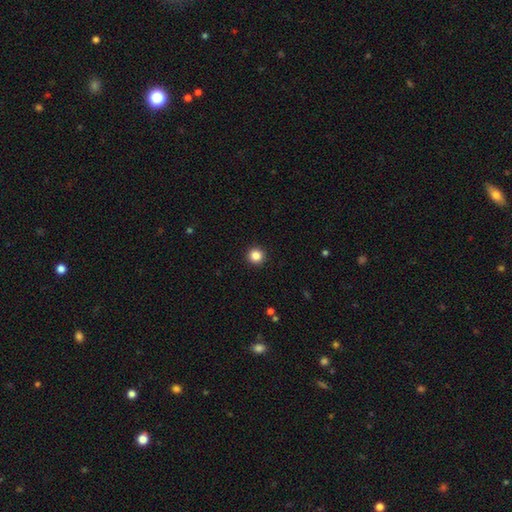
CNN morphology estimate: This is clearly a smooth galaxy (85%). How rounded: clearly round (96%). Merging: clearly none (94%).